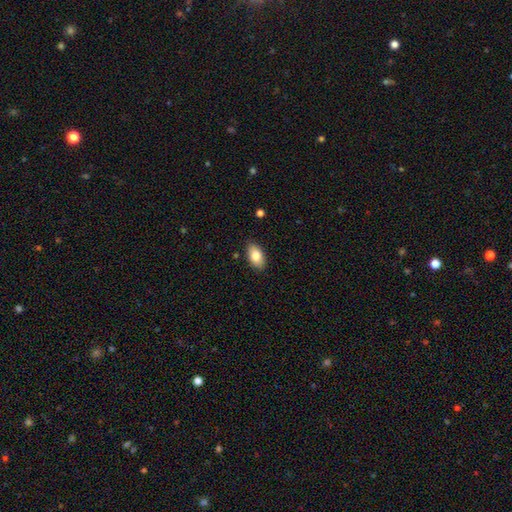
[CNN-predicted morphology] Smooth or featured?
  - smooth: 82% *
  - featured or disk: 11%
  - star or artifact: 7%
How rounded?
  - in between: 93% *
  - round: 5%
  - cigar-shaped: 2%
Merging?
  - none: 87% *
  - minor disturbance: 10%
  - major disturbance: 2%
  - merger: 1%